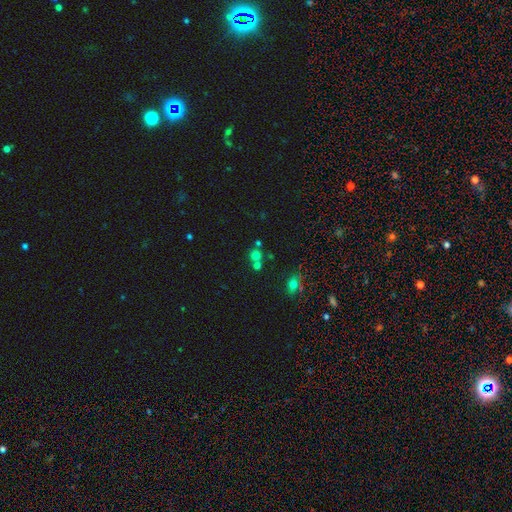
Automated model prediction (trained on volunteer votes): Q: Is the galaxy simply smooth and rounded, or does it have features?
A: smooth — 63%.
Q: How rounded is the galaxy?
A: round — 86%.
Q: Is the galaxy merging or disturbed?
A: none — 51%.